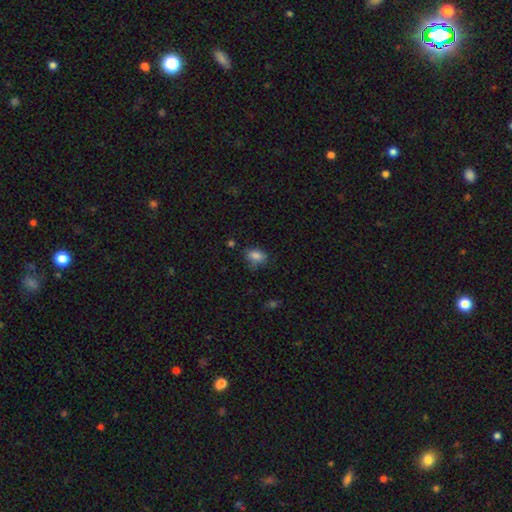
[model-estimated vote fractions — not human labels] Smooth or featured? Predicted: smooth (p=0.84). How rounded? Predicted: in between (p=0.79). Merging? Predicted: none (p=0.64).